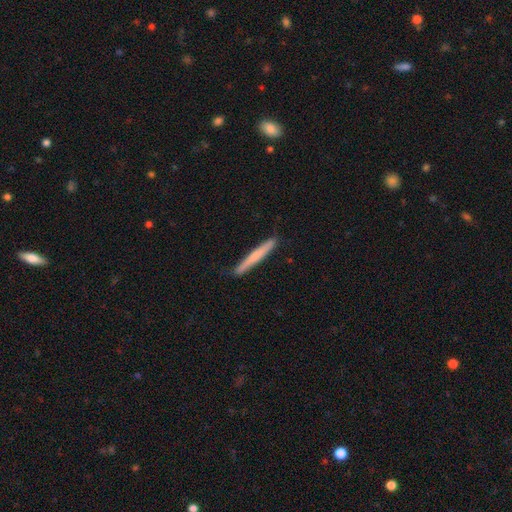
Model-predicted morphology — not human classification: This appears to be a smooth galaxy with no disk features (64%) that is cigar-shaped (97%). Merging: none (88%).